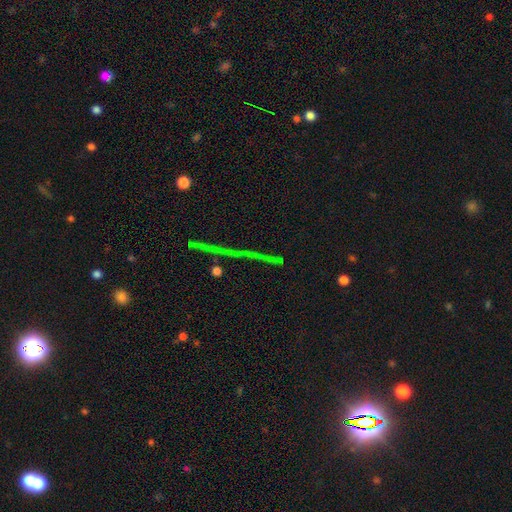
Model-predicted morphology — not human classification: Smooth or featured? Predicted: star or artifact (p=0.73).